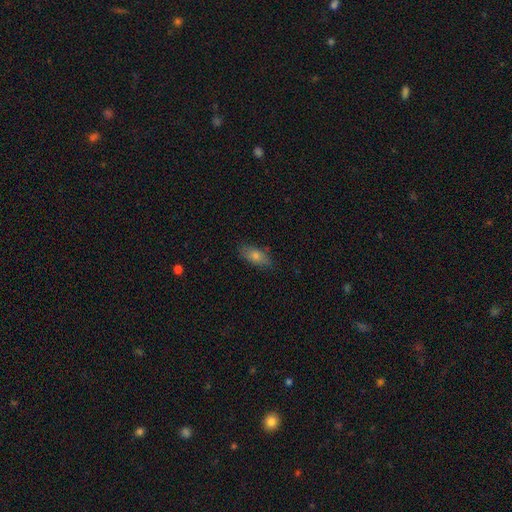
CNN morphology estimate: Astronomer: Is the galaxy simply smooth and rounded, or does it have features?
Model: smooth — 71%.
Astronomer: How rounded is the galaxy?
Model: in between — 79%.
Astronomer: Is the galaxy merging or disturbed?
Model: none — 82%.